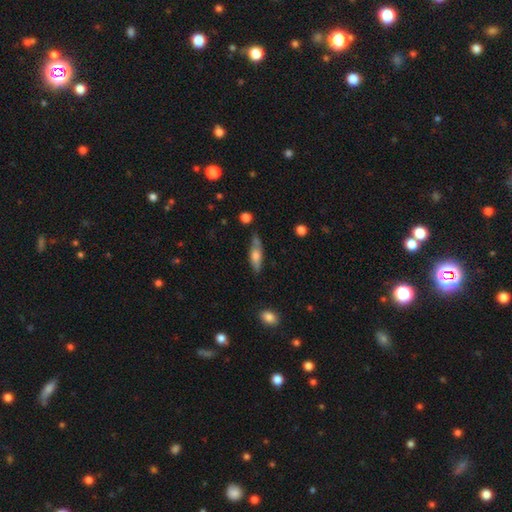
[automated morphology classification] smooth_or_featured: smooth (p=0.62) [alt: featured or disk p=0.32]
how_rounded: cigar-shaped (p=0.49) [alt: in between p=0.48]
merging: none (p=0.65) [alt: minor disturbance p=0.23]